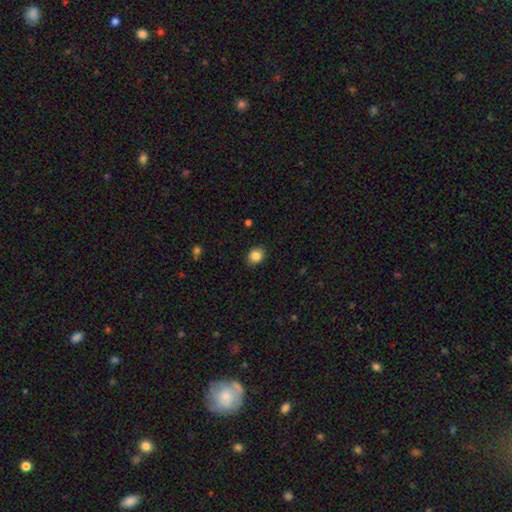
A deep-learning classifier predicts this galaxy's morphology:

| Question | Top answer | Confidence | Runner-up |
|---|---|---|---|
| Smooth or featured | smooth | 86% | star or artifact (9%) |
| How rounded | in between | 50% | round (49%) |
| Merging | none | 87% | minor disturbance (10%) |